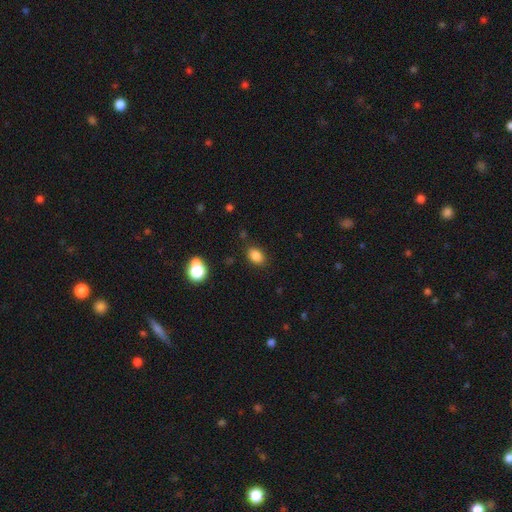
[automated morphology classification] Q: Smooth or featured?
A: smooth (84%); runner-up: star or artifact (11%)
Q: How rounded?
A: in between (75%); runner-up: round (24%)
Q: Merging?
A: none (83%); runner-up: minor disturbance (11%)